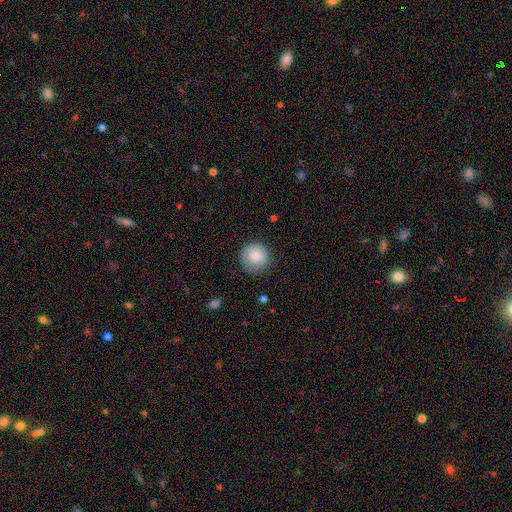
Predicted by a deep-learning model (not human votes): Overall: smooth (85%). How rounded: round (94%). Merging: none (83%).